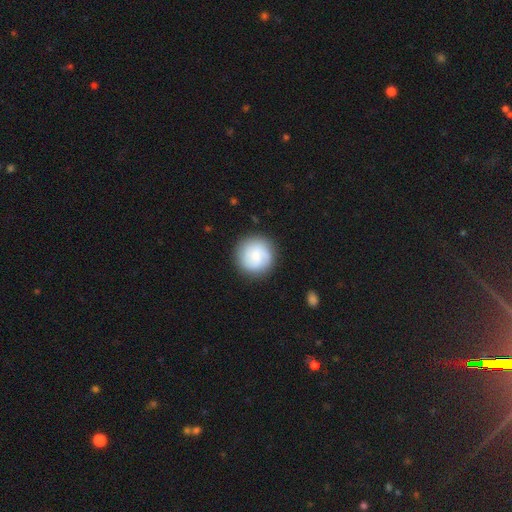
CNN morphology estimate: smooth 66%, featured or disk 27%, star or artifact 7%. Down the decision tree: how rounded — round (94%); merging — none (86%).